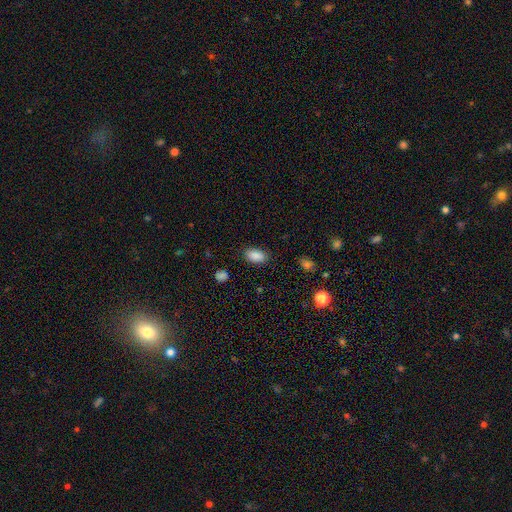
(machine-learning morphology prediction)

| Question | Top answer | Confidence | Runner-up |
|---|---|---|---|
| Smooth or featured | smooth | 88% | star or artifact (8%) |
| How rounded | in between | 92% | round (6%) |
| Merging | none | 85% | minor disturbance (11%) |